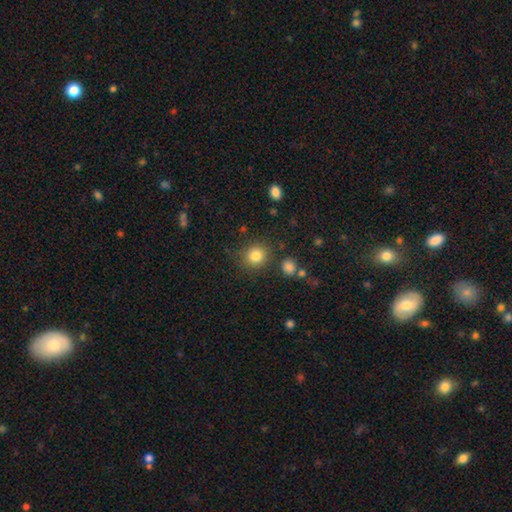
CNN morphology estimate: Smooth or featured? Predicted: smooth (p=0.82). How rounded? Predicted: round (p=0.86). Merging? Predicted: none (p=0.82).